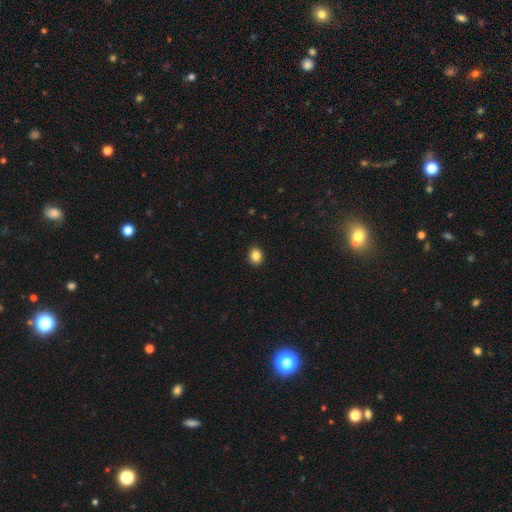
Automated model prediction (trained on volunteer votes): smooth_or_featured: smooth (p=0.86) [alt: star or artifact p=0.10]
how_rounded: round (p=0.58) [alt: in between p=0.41]
merging: none (p=0.91) [alt: minor disturbance p=0.07]